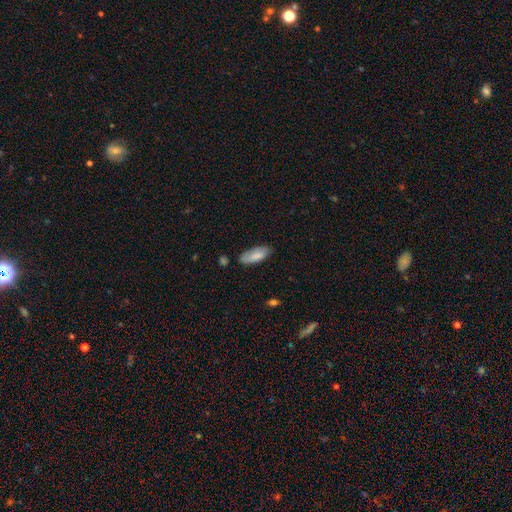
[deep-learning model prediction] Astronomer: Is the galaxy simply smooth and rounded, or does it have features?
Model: smooth — 82%.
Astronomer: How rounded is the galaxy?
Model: in between — 72%.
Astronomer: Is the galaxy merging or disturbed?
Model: none — 77%.